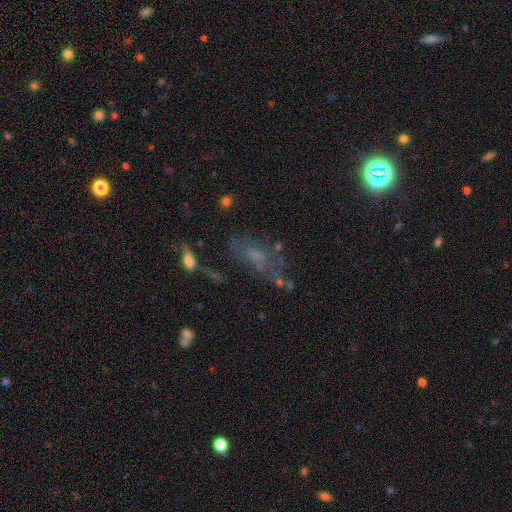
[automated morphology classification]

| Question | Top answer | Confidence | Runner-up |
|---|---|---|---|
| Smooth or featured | featured or disk | 44% | smooth (35%) |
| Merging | none | 49% | minor disturbance (22%) |